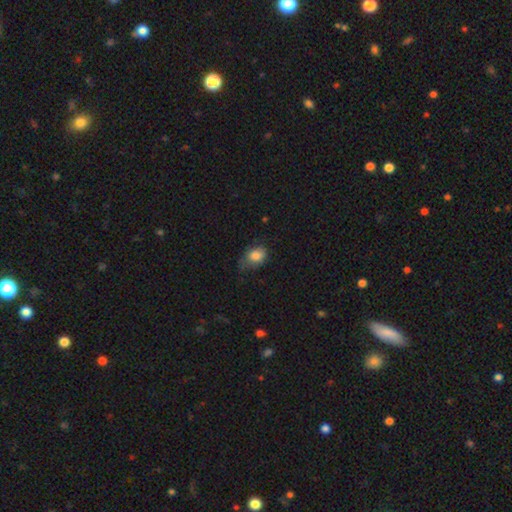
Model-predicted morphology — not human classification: Q: Smooth or featured?
A: smooth (82%); runner-up: featured or disk (9%)
Q: How rounded?
A: in between (74%); runner-up: round (25%)
Q: Merging?
A: none (44%); runner-up: minor disturbance (38%)